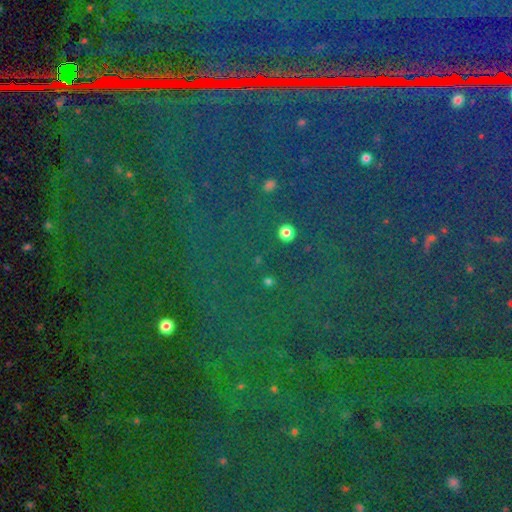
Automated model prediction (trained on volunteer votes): Morphology: type=star or artifact (86%).